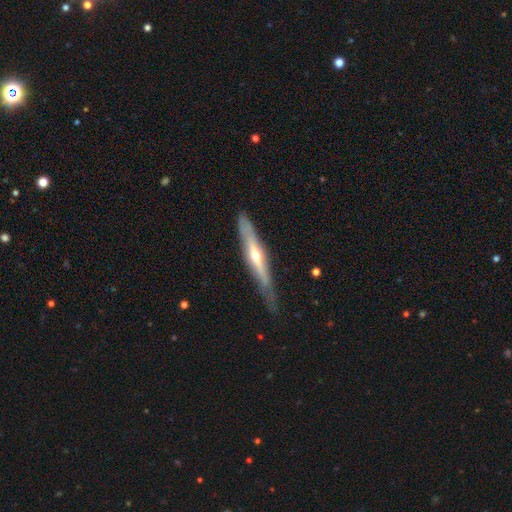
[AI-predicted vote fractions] Smooth or featured? featured or disk (67%)
Edge-on disk? yes (89%)
Edge-on bulge? rounded (83%)
Merging? none (74%)